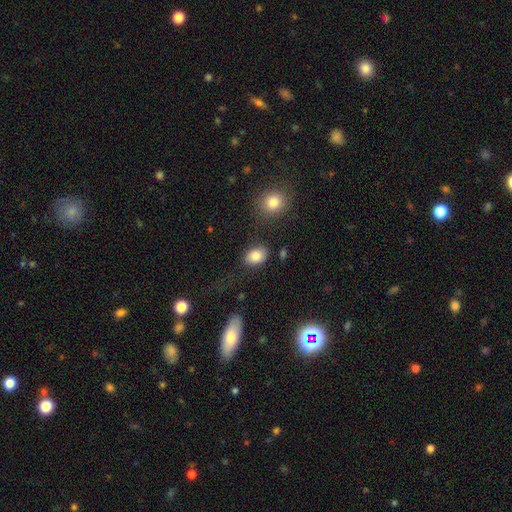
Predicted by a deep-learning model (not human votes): Smooth or featured? smooth (84%)
How rounded? in between (76%)
Merging? none (79%)